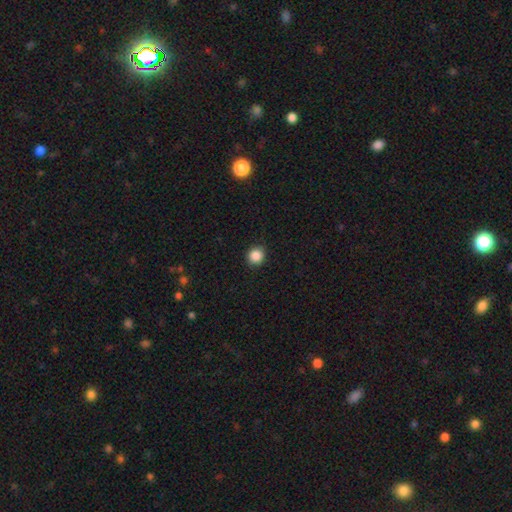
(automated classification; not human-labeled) This appears to be a smooth galaxy with no disk features (87%) that is round (89%). Merging: none (90%).